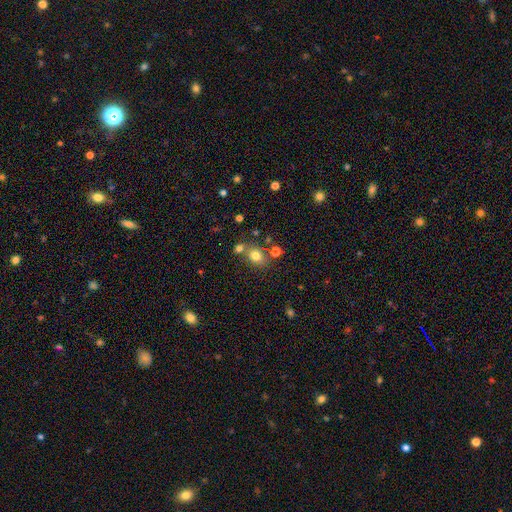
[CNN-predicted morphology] This is likely a smooth galaxy (77%). How rounded: possibly round (52%). Merging: likely none (66%).